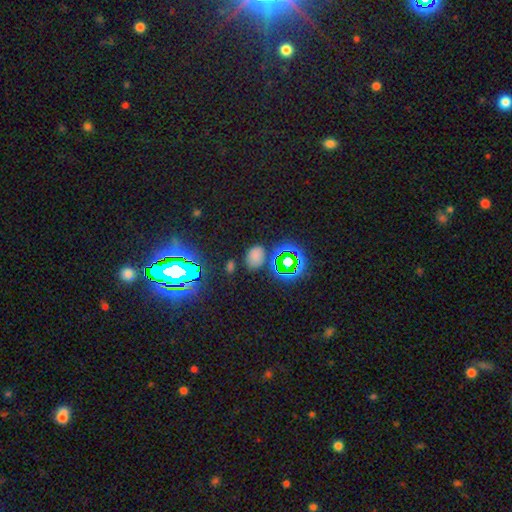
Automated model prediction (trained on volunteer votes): Smooth or featured? smooth (59%)
How rounded? in between (75%)
Merging? none (78%)